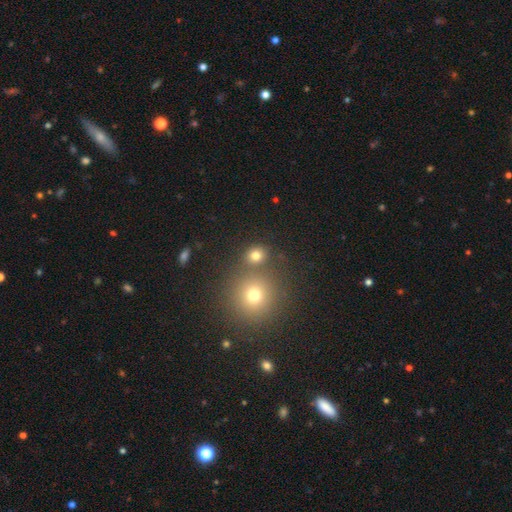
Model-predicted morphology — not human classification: Overall: smooth (75%). How rounded: round (84%). Merging: none (72%).